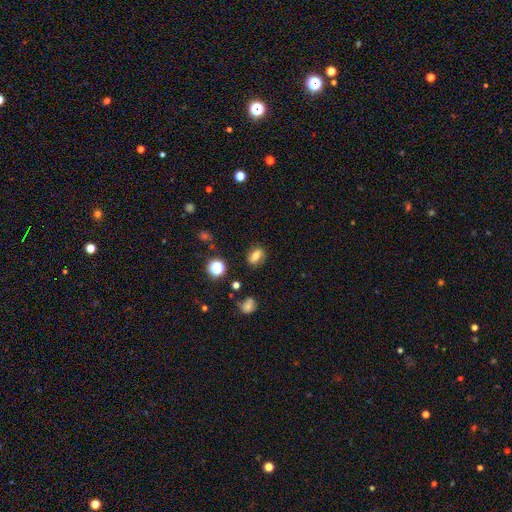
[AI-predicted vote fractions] The model was most divided on "smooth or featured": smooth: 65%, featured or disk: 21%, star or artifact: 15%. More confident: merging — none (80%); how rounded — in between (70%).